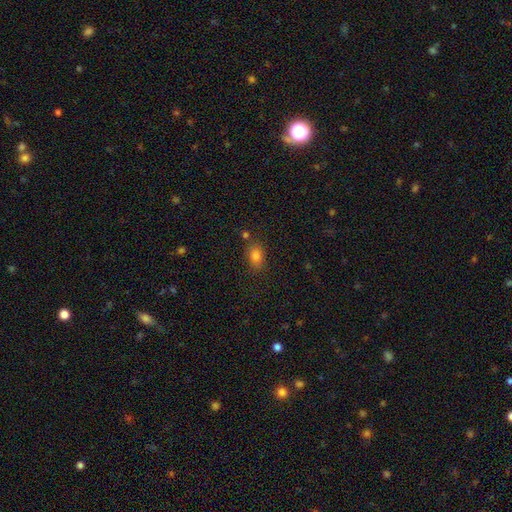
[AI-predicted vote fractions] smooth_or_featured: smooth (p=0.80) [alt: star or artifact p=0.14]
how_rounded: in between (p=0.70) [alt: round p=0.28]
merging: none (p=0.75) [alt: minor disturbance p=0.14]